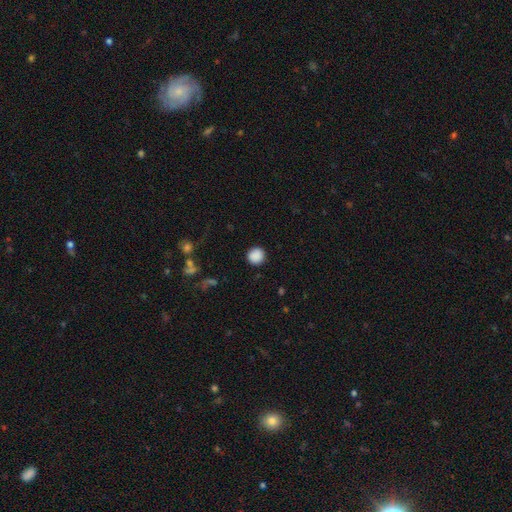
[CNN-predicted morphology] smooth 88%, star or artifact 9%, featured or disk 3%. Down the decision tree: how rounded — round (93%); merging — none (90%).